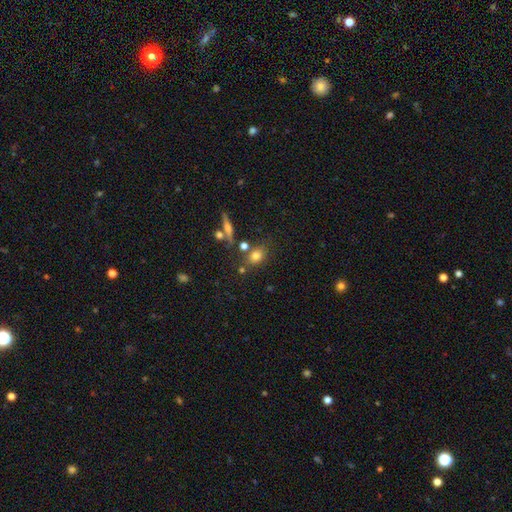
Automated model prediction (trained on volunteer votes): Morphology: type=smooth (75%); roundness=in between (57%); merging=none (65%).